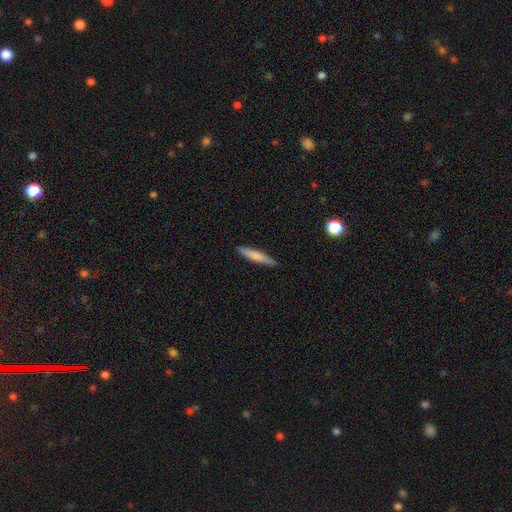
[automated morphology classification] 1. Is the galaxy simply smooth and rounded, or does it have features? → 73% smooth, 22% featured or disk, 5% star or artifact.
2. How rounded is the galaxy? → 92% cigar-shaped, 7% in between, 1% round.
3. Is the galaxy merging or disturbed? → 89% none, 8% minor disturbance, 2% major disturbance, 1% merger.